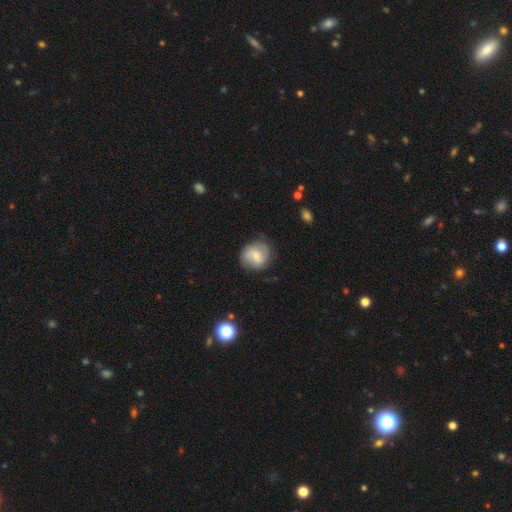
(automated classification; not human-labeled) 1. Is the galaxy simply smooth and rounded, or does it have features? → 51% smooth, 42% featured or disk, 7% star or artifact.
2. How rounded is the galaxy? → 82% round, 17% in between, 1% cigar-shaped.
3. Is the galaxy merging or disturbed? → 73% none, 19% minor disturbance, 6% major disturbance, 2% merger.